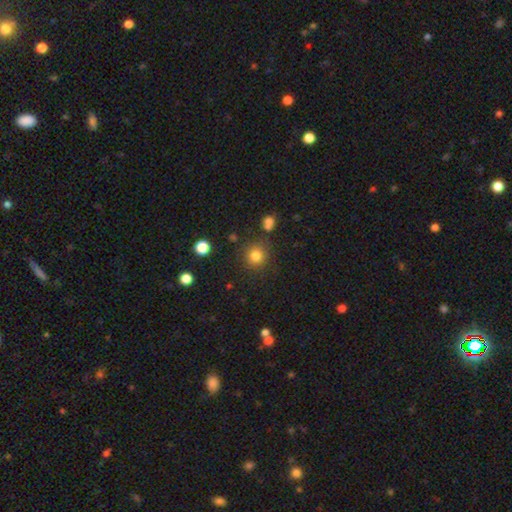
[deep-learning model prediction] Morphology: type=smooth (81%); roundness=round (92%); merging=none (84%).